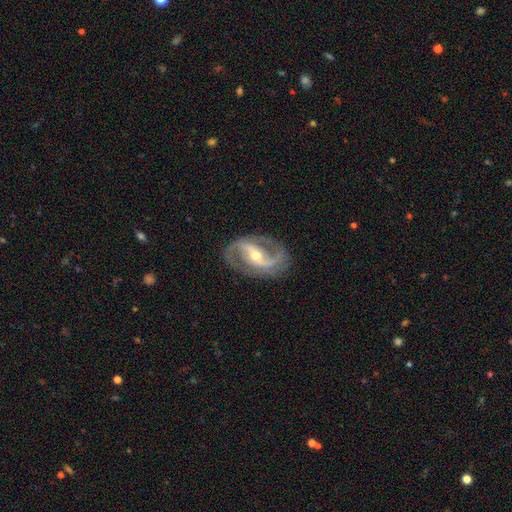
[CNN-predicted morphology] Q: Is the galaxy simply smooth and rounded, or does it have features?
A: featured or disk — 91%.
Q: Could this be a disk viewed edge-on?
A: no — 97%.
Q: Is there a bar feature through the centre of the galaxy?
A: strong — 44%.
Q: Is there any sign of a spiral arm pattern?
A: yes — 97%.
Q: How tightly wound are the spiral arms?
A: medium — 54%.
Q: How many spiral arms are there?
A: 2 — 92%.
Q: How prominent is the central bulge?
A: moderate — 55%.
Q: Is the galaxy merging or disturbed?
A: none — 82%.